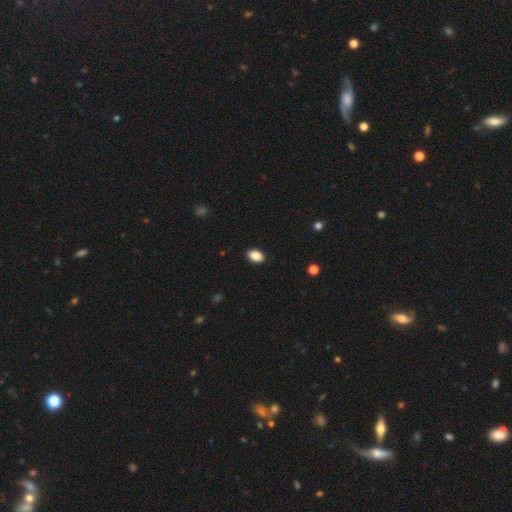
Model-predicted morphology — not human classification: Overall: smooth (88%). How rounded: in between (83%). Merging: none (90%).